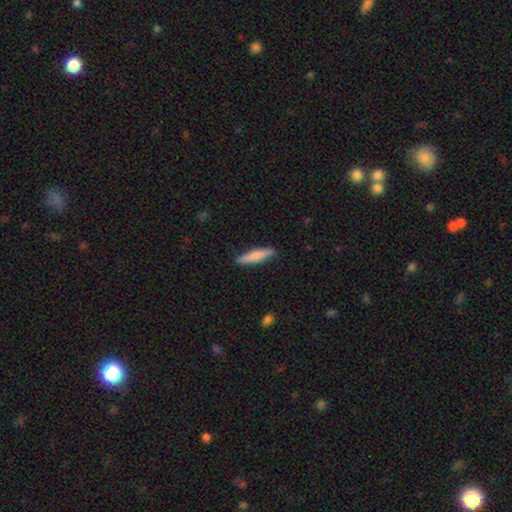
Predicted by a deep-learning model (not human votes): A smooth galaxy with no disk features (77%) that is cigar-shaped (87%).

Vote fractions:
- Smooth or featured? smooth: 77% / featured or disk: 18% / star or artifact: 5%
- How rounded? cigar-shaped: 87% / in between: 12% / round: 1%
- Merging? none: 89% / minor disturbance: 9% / major disturbance: 2% / merger: 1%